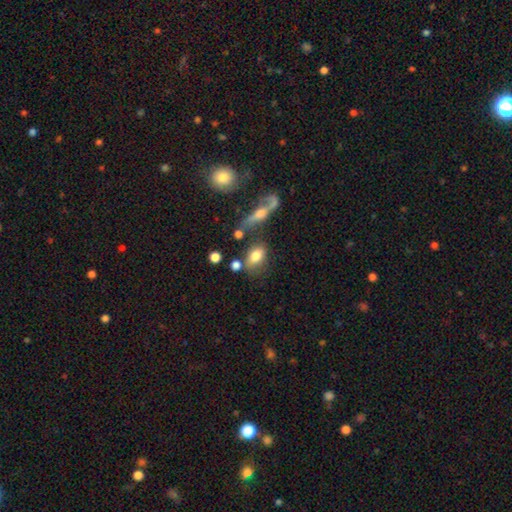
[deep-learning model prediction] smooth-or-featured: smooth: 75% | featured or disk: 16% | star or artifact: 9%
  how-rounded: in between: 82% | round: 14% | cigar-shaped: 4%
  merging: none: 55% | merger: 20% | minor disturbance: 17% | major disturbance: 9%